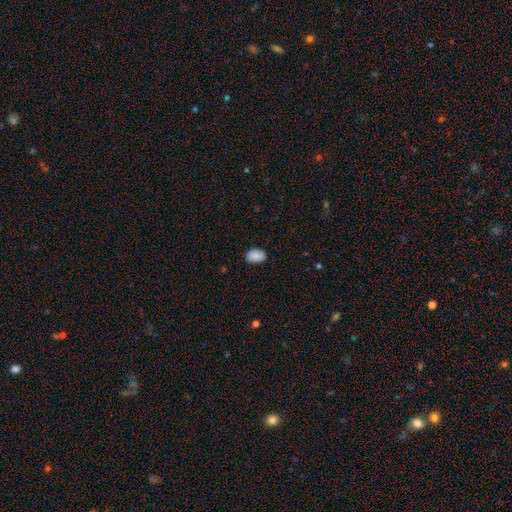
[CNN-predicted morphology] This appears to be a smooth galaxy with no disk features (88%) that is in between round and cigar-shaped (88%). Merging: none (82%).